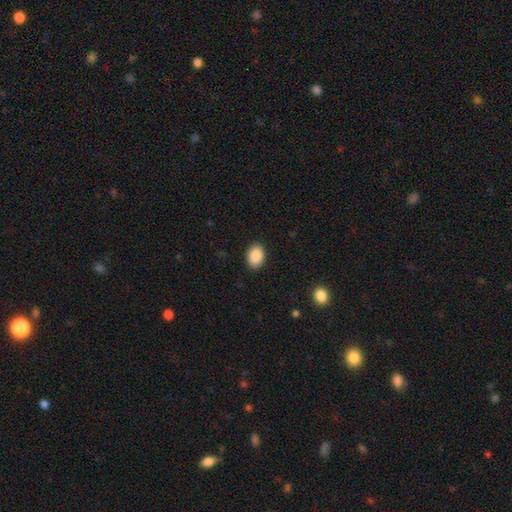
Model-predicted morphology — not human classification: A smooth galaxy with no disk features (90%) that is in between round and cigar-shaped (81%). Merging: none (90%).